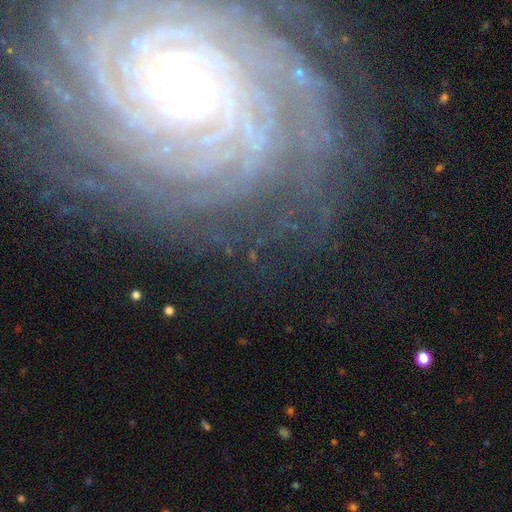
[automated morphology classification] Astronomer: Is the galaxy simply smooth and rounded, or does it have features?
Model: featured or disk — 85%.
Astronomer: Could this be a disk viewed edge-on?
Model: no — 97%.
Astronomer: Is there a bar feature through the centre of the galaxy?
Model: no — 74%.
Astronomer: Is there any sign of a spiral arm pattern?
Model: yes — 97%.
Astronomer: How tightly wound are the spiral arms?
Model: tight — 87%.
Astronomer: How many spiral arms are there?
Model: more than 4 — 37% (runner-up: can't tell, 19%).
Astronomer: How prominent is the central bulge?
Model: small — 85%.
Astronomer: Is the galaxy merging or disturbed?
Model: none — 80%.